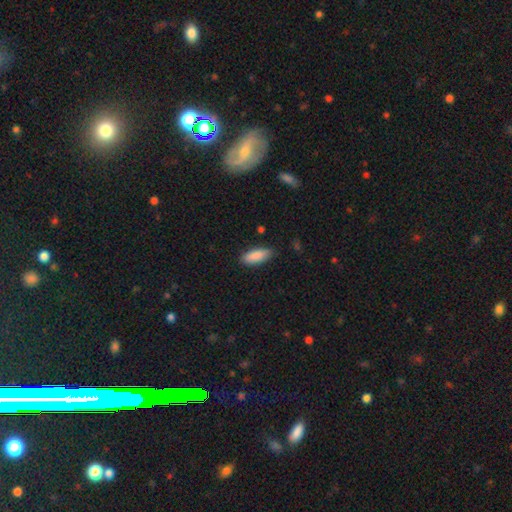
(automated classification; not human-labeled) The model was most divided on "how rounded": in between: 71%, cigar-shaped: 28%, round: 2%. More confident: smooth or featured — smooth (89%); merging — none (84%).